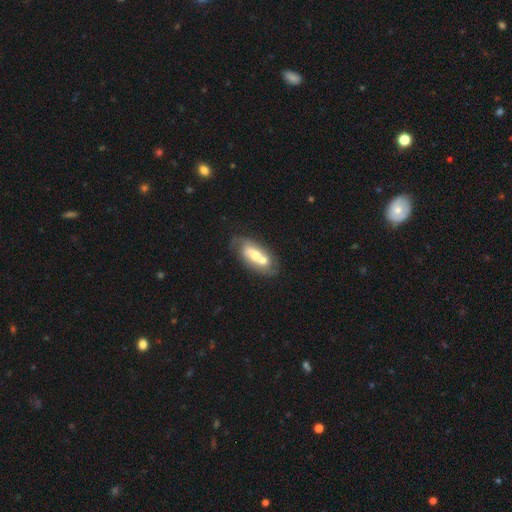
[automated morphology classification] This appears to be a featured or disk galaxy (51%). Merging: merger (51%).